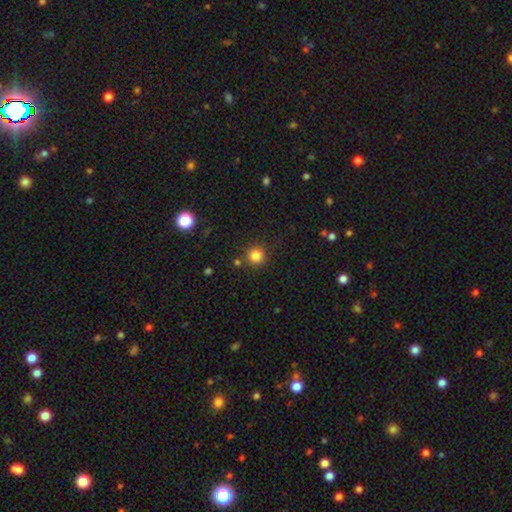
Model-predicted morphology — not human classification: A smooth galaxy with no disk features (83%) that is round (94%). Merging: none (85%).